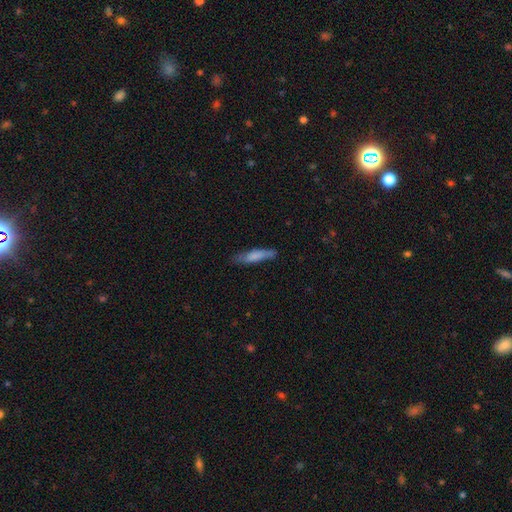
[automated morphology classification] Q: Smooth or featured?
A: smooth (74%); runner-up: featured or disk (20%)
Q: How rounded?
A: cigar-shaped (80%); runner-up: in between (18%)
Q: Merging?
A: none (73%); runner-up: minor disturbance (21%)